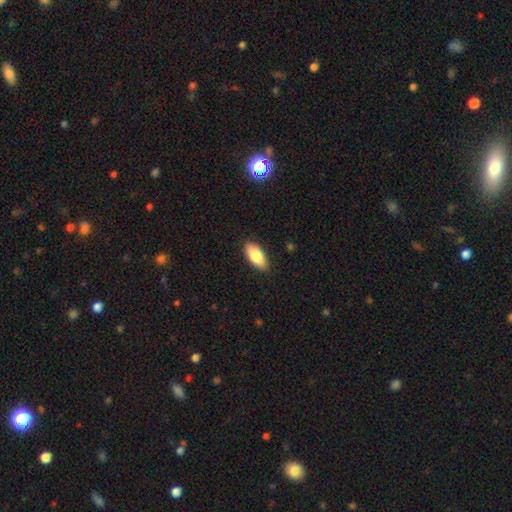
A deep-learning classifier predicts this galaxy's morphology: A smooth galaxy with no disk features (83%) that is in between round and cigar-shaped (89%).

Vote fractions:
- Smooth or featured? smooth: 83% / featured or disk: 11% / star or artifact: 6%
- How rounded? in between: 89% / cigar-shaped: 9% / round: 2%
- Merging? none: 86% / minor disturbance: 11% / major disturbance: 2% / merger: 1%